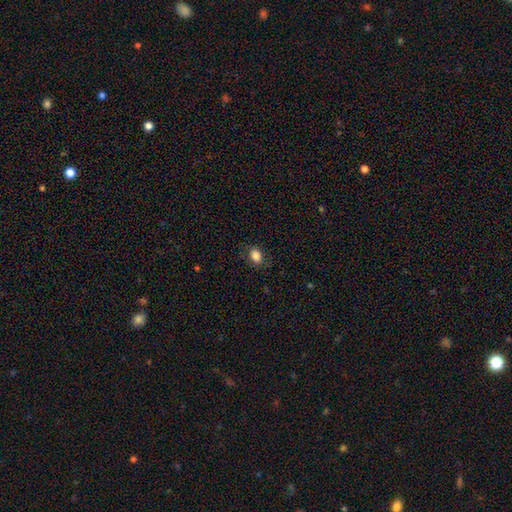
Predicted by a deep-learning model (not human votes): A smooth galaxy with no disk features (84%) that is in between round and cigar-shaped (70%).

Vote fractions:
- Smooth or featured? smooth: 84% / star or artifact: 9% / featured or disk: 6%
- How rounded? in between: 70% / round: 29% / cigar-shaped: 1%
- Merging? none: 80% / minor disturbance: 14% / major disturbance: 5% / merger: 1%